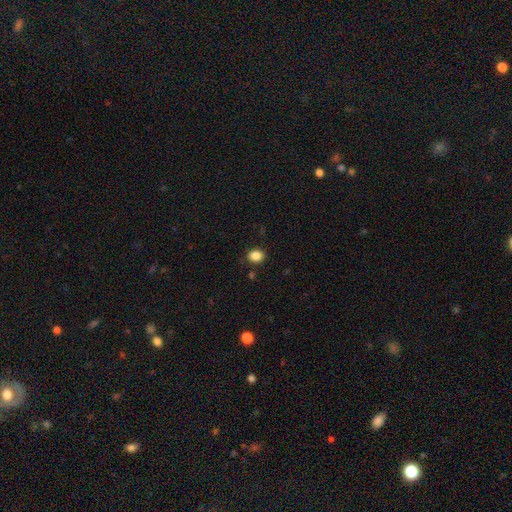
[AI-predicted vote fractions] Morphology: type=smooth (86%); roundness=round (55%); merging=none (86%).